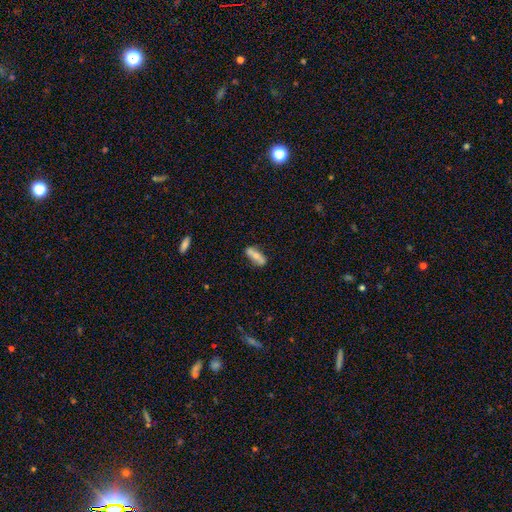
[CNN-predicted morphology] Q: Smooth or featured?
A: smooth (58%); runner-up: featured or disk (34%)
Q: How rounded?
A: in between (56%); runner-up: cigar-shaped (41%)
Q: Merging?
A: none (71%); runner-up: minor disturbance (17%)